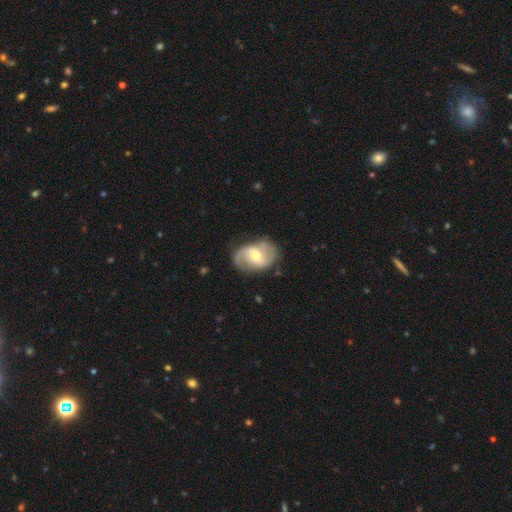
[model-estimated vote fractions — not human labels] A featured or disk galaxy (81%) with a weak bar (50%), 2 (86%) medium (49%) spiral arms (92%) and a moderate central bulge (56%).

Vote fractions:
- Smooth or featured? featured or disk: 81% / smooth: 14% / star or artifact: 5%
- Edge-on disk? no: 97% / yes: 3%
- Bar? weak: 50% / no: 26% / strong: 23%
- Spiral arms? yes: 92% / no: 8%
- Spiral winding? medium: 49% / loose: 33% / tight: 19%
- Spiral arm count? 2: 86% / can't tell: 6% / 3: 3% / 1: 3% / 4: 1% / more than 4: 1%
- Bulge size? moderate: 56% / small: 39% / large: 3% / none: 1% / dominant: 1%
- Merging? none: 76% / minor disturbance: 16% / major disturbance: 7% / merger: 1%